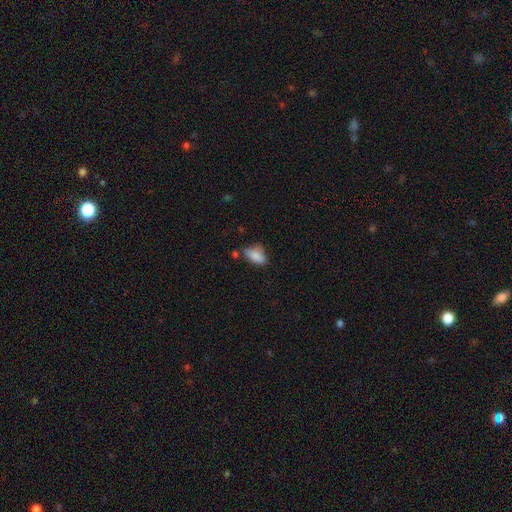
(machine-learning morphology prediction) Smooth or featured? Predicted: smooth (p=0.83). How rounded? Predicted: in between (p=0.89). Merging? Predicted: none (p=0.52).